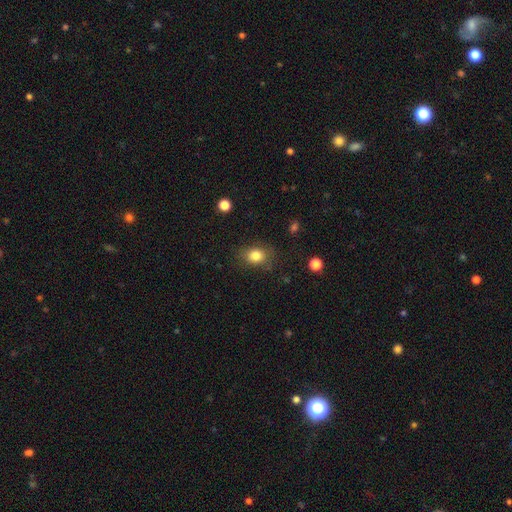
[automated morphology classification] Smooth or featured?
  - smooth: 83% *
  - star or artifact: 10%
  - featured or disk: 7%
How rounded?
  - in between: 54% *
  - round: 45%
  - cigar-shaped: 1%
Merging?
  - none: 77% *
  - minor disturbance: 16%
  - major disturbance: 5%
  - merger: 1%